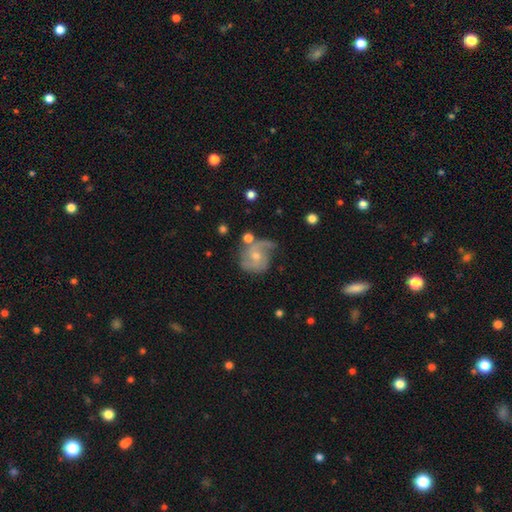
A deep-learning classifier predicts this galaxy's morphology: Smooth or featured? featured or disk (71%)
Edge-on disk? no (98%)
Bar? no (66%)
Spiral arms? yes (90%)
Spiral winding? medium (44%)
Spiral arm count? 2 (60%)
Bulge size? small (54%)
Merging? none (45%)